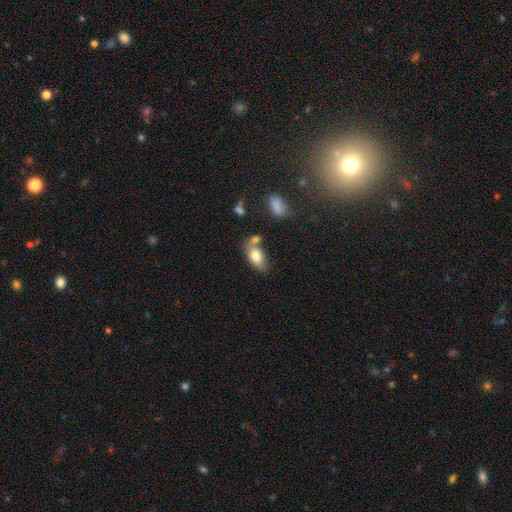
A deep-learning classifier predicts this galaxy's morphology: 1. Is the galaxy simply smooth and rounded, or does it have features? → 77% smooth, 15% featured or disk, 7% star or artifact.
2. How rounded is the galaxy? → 89% in between, 6% round, 5% cigar-shaped.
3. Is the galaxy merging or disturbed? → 52% none, 25% merger, 18% minor disturbance, 6% major disturbance.